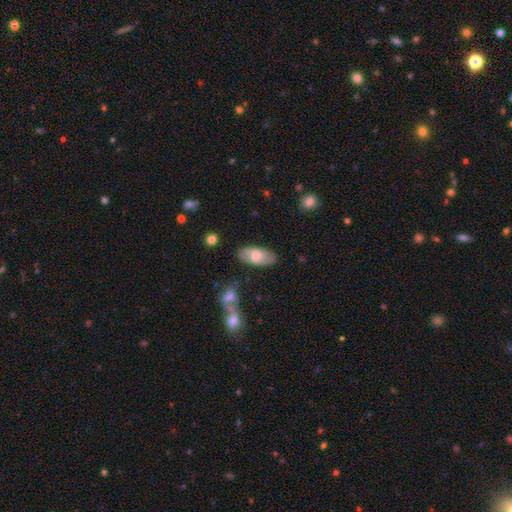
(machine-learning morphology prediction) A smooth galaxy with no disk features (65%) that is in between round and cigar-shaped (92%). Merging: none (79%).